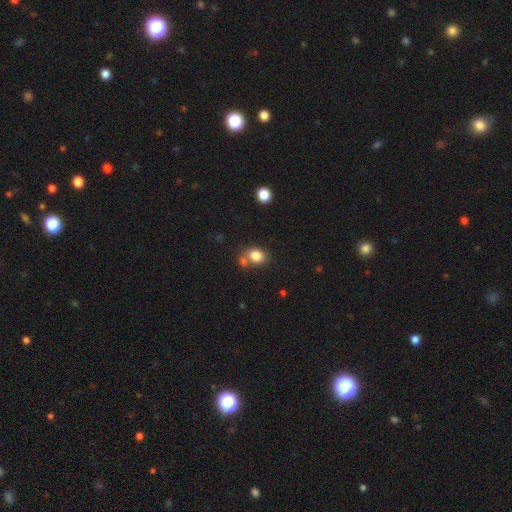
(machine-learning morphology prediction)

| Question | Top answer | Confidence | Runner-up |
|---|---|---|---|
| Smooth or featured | smooth | 83% | star or artifact (10%) |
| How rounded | in between | 53% | round (46%) |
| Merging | none | 55% | merger (28%) |